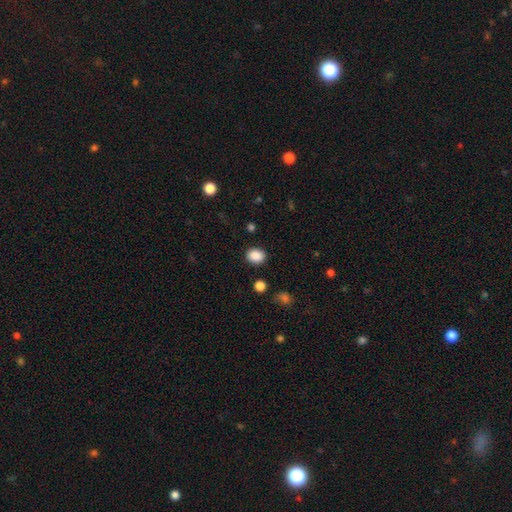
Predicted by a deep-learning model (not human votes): Morphology: type=smooth (88%); roundness=round (51%); merging=none (88%).